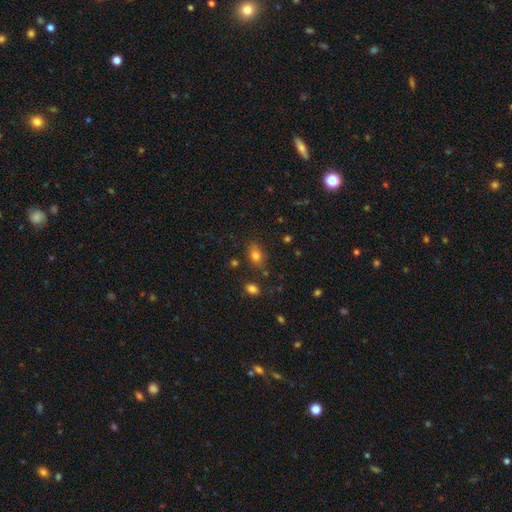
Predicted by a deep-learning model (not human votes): smooth_or_featured: smooth (p=0.78) [alt: star or artifact p=0.14]
how_rounded: in between (p=0.76) [alt: round p=0.22]
merging: none (p=0.76) [alt: minor disturbance p=0.15]